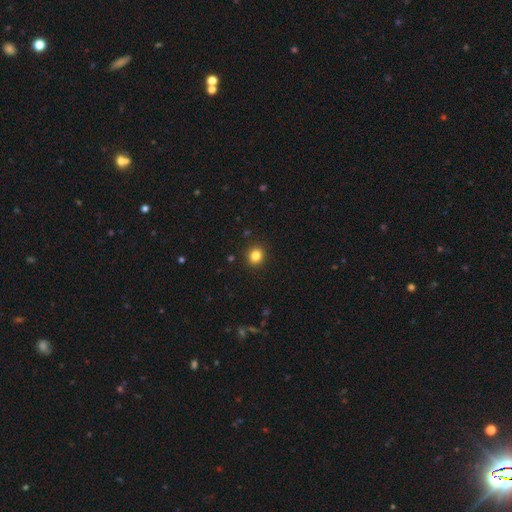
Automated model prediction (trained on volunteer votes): Smooth or featured: smooth — 84% (star or artifact — 11%)
How rounded: round — 80% (in between — 19%)
Merging: none — 91% (minor disturbance — 6%)